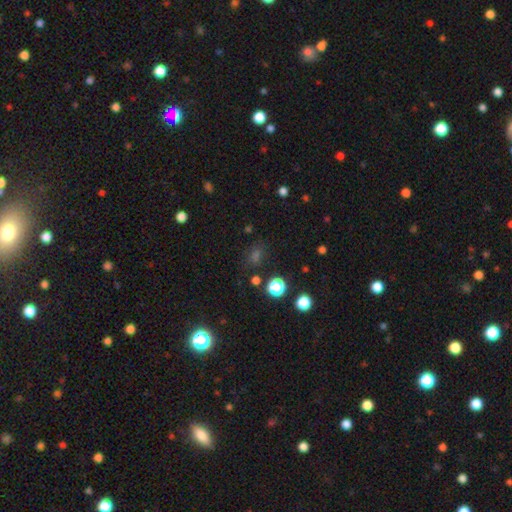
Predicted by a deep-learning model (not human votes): Q: Smooth or featured?
A: smooth (50%); runner-up: star or artifact (42%)
Q: Merging?
A: none (80%); runner-up: minor disturbance (12%)